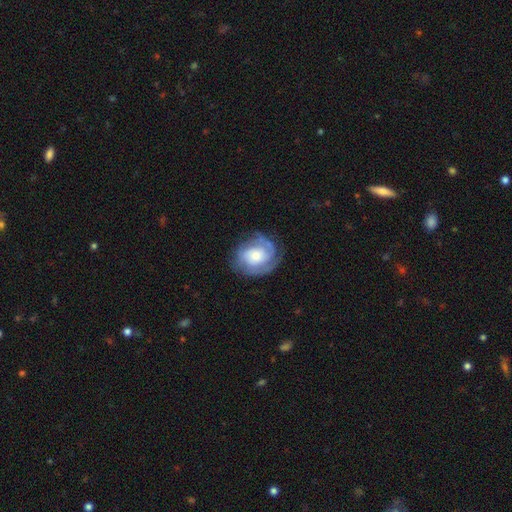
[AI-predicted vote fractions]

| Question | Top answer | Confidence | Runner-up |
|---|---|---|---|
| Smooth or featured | featured or disk | 74% | smooth (20%) |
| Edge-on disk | no | 98% | yes (2%) |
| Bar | no | 76% | weak (20%) |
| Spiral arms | yes | 91% | no (9%) |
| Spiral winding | tight | 60% | medium (31%) |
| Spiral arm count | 2 | 38% | can't tell (27%) |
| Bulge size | moderate | 45% | small (31%) |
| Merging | none | 68% | minor disturbance (20%) |